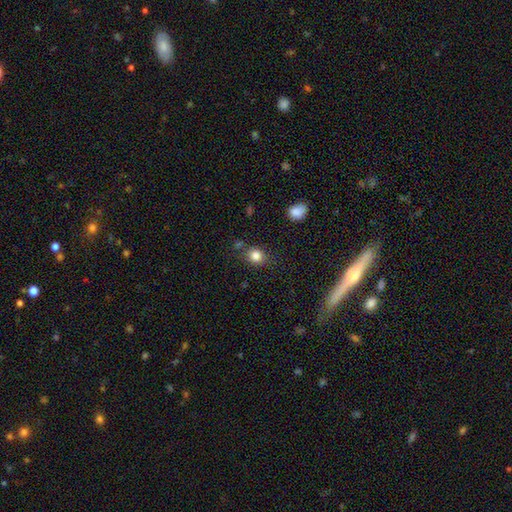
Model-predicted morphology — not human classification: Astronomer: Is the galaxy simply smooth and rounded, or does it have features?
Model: smooth — 83%.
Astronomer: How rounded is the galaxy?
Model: round — 68%.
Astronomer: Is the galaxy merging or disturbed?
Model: none — 75%.